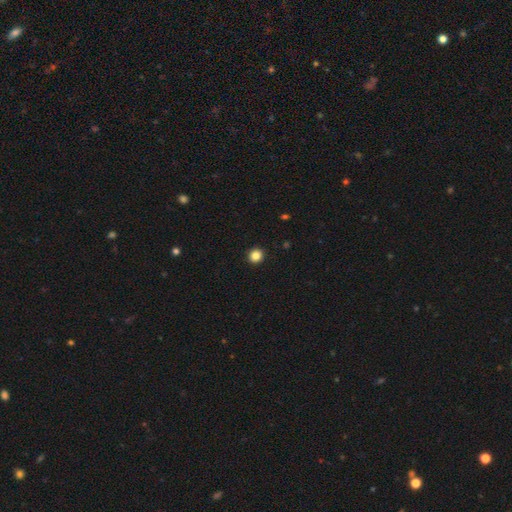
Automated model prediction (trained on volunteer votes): The model was most divided on "smooth or featured": smooth: 85%, star or artifact: 11%, featured or disk: 4%. More confident: merging — none (93%); how rounded — round (92%).